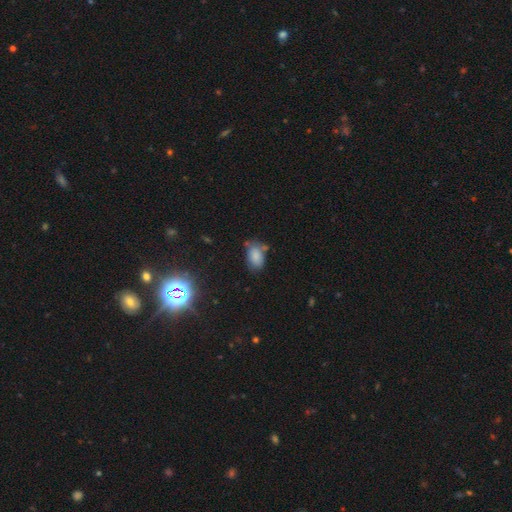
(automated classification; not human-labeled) Smooth or featured?
  - smooth: 80% *
  - star or artifact: 12%
  - featured or disk: 8%
How rounded?
  - in between: 88% *
  - round: 10%
  - cigar-shaped: 2%
Merging?
  - none: 58% *
  - minor disturbance: 27%
  - merger: 8%
  - major disturbance: 7%